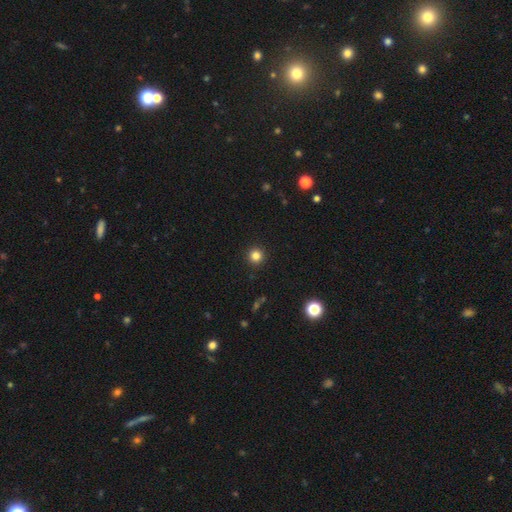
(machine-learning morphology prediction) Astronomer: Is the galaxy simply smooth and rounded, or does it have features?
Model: smooth — 83%.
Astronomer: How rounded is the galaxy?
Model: round — 96%.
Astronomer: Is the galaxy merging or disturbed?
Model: none — 93%.